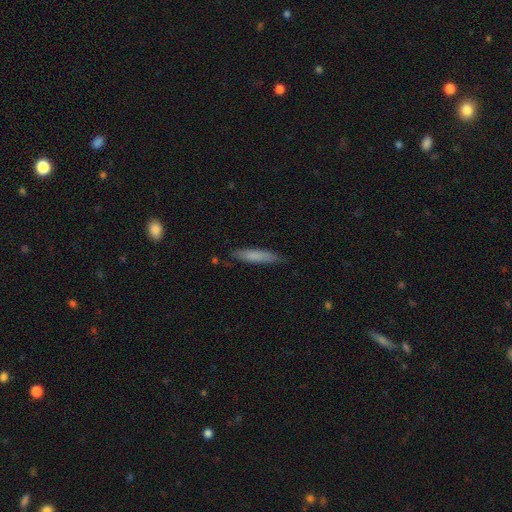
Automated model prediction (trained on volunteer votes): This is likely a smooth galaxy (77%). How rounded: clearly cigar-shaped (89%). Merging: clearly none (84%).